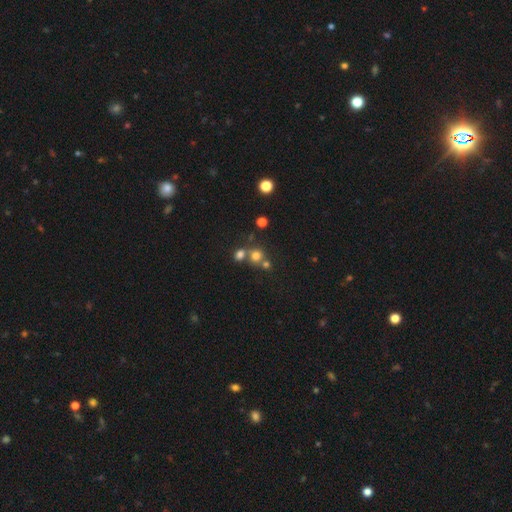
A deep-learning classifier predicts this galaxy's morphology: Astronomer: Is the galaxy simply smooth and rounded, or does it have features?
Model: smooth — 70%.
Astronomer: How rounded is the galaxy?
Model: round — 86%.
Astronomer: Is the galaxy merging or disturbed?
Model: none — 53% (runner-up: merger, 36%).